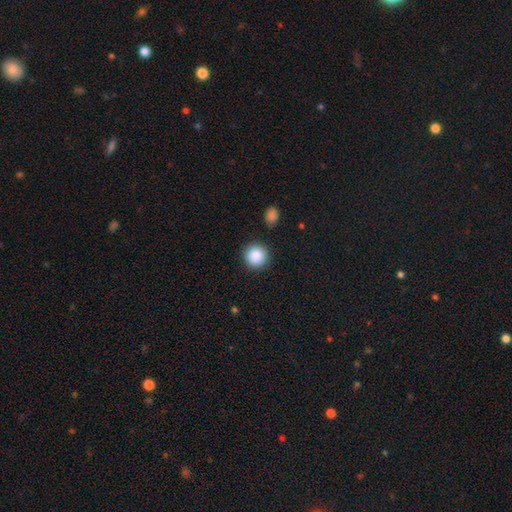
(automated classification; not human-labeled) Smooth or featured?
  - smooth: 87% *
  - star or artifact: 9%
  - featured or disk: 4%
How rounded?
  - round: 95% *
  - in between: 4%
  - cigar-shaped: 1%
Merging?
  - none: 89% *
  - minor disturbance: 6%
  - major disturbance: 2%
  - merger: 2%